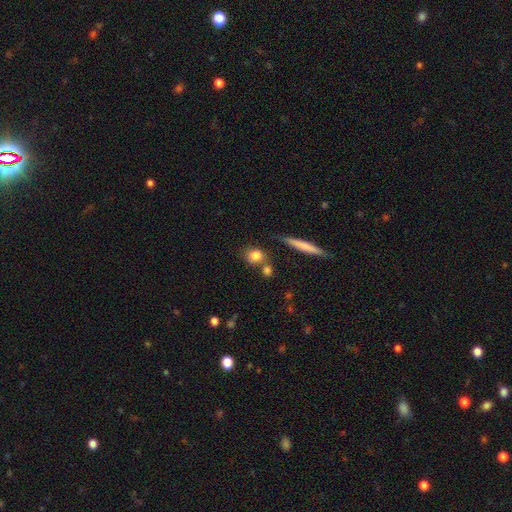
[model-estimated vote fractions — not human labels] smooth-or-featured: smooth: 80% | featured or disk: 11% | star or artifact: 9%
  how-rounded: round: 68% | in between: 24% | cigar-shaped: 7%
  merging: none: 65% | merger: 19% | minor disturbance: 13% | major disturbance: 4%